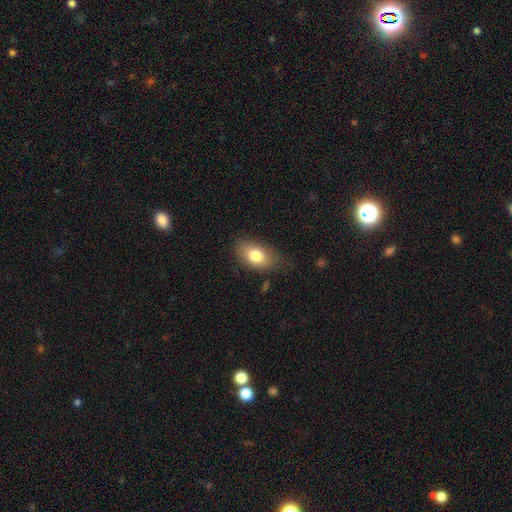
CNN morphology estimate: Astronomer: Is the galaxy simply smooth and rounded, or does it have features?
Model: smooth — 79%.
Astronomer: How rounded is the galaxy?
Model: in between — 88%.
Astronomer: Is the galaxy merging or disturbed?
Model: none — 71%.